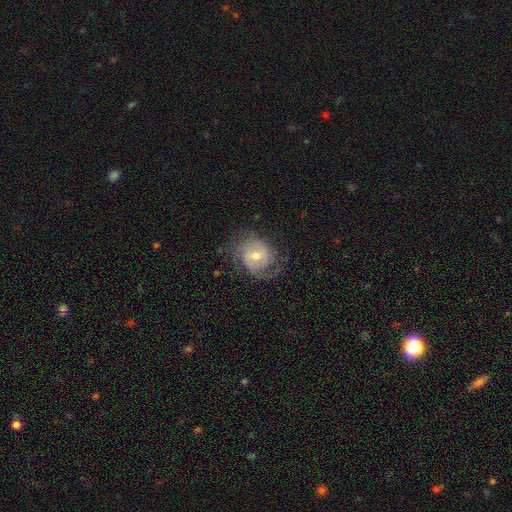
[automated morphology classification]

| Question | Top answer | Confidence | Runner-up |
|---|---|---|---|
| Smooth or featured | featured or disk | 75% | smooth (19%) |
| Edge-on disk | no | 97% | yes (3%) |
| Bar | no | 52% | weak (41%) |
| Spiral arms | yes | 92% | no (8%) |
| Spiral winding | medium | 41% | tight (39%) |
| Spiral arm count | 2 | 57% | can't tell (18%) |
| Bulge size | moderate | 57% | small (37%) |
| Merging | none | 64% | minor disturbance (20%) |